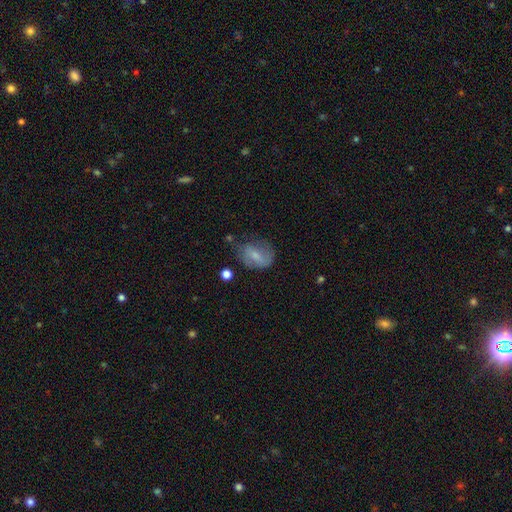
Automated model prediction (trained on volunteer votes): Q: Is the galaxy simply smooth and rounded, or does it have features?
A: smooth — 53%.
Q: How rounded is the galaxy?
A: in between — 66%.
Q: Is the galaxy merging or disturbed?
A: none — 50%.